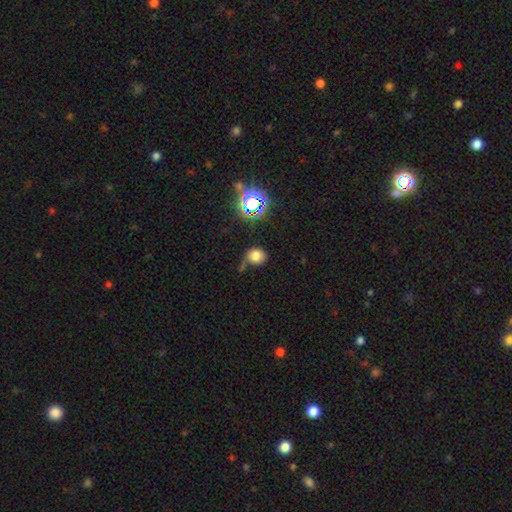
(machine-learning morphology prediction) smooth 74%, star or artifact 18%, featured or disk 8%. Down the decision tree: how rounded — round (77%); merging — none (59%).